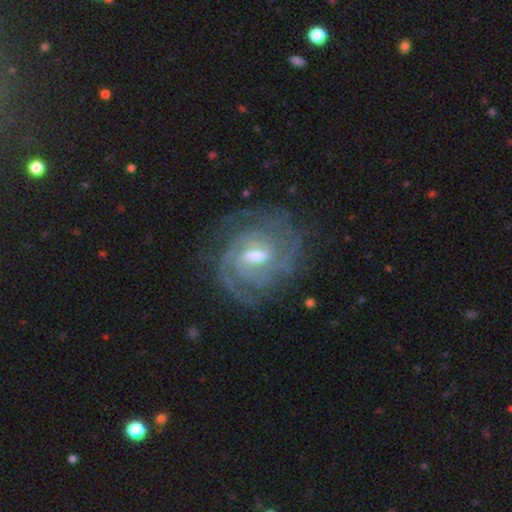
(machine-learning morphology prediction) The model was most divided on "spiral arm count": 3: 29%, can't tell: 23%, 2: 23%, 4: 14%, more than 4: 6%, 1: 6%. More confident: edge-on disk — no (97%); spiral arms — yes (97%); smooth or featured — featured or disk (89%); merging — none (76%); spiral winding — tight (68%); bulge size — moderate (64%); bar — weak (56%).